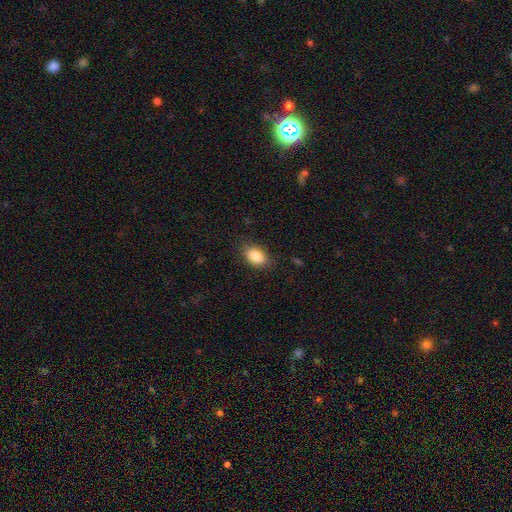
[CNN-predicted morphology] The model was most divided on "merging": none: 82%, minor disturbance: 14%, major disturbance: 4%, merger: 1%. More confident: smooth or featured — smooth (85%); how rounded — in between (85%).